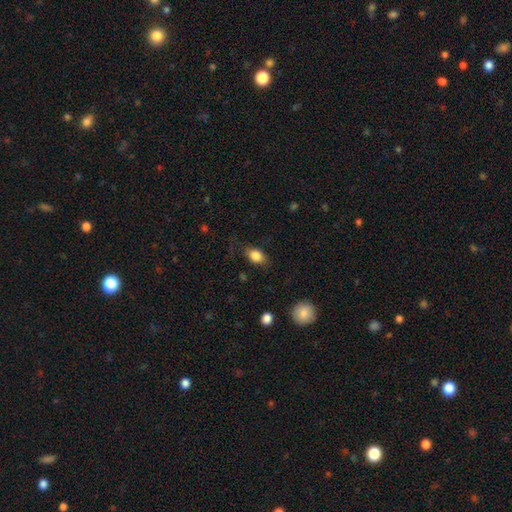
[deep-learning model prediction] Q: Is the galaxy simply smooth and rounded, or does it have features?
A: smooth — 84%.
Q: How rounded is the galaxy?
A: in between — 81%.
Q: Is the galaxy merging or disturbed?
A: none — 73%.